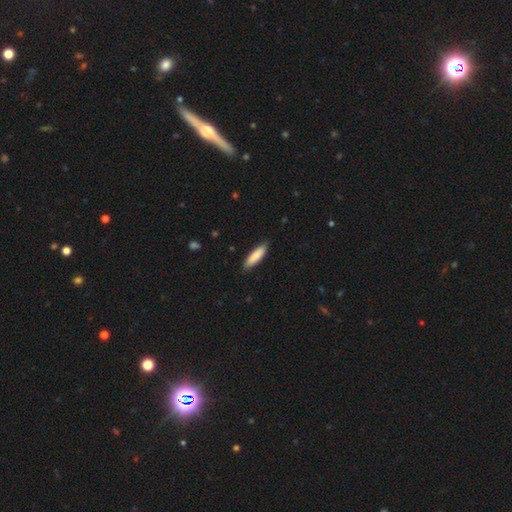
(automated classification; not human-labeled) smooth 85%, featured or disk 10%, star or artifact 5%. Down the decision tree: how rounded — cigar-shaped (65%); merging — none (85%).